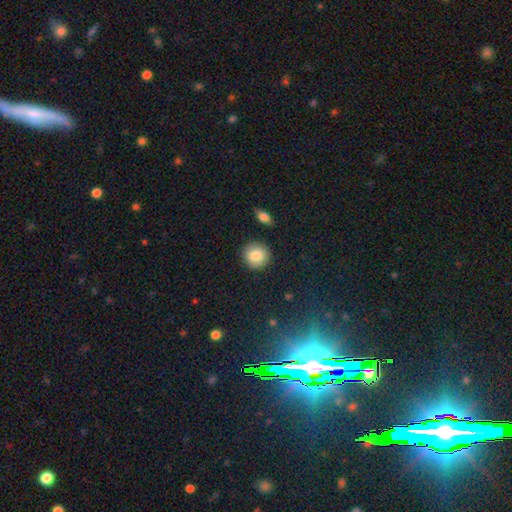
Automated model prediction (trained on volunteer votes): The model was most divided on "smooth or featured": smooth: 84%, featured or disk: 8%, star or artifact: 8%. More confident: how rounded — round (91%); merging — none (89%).